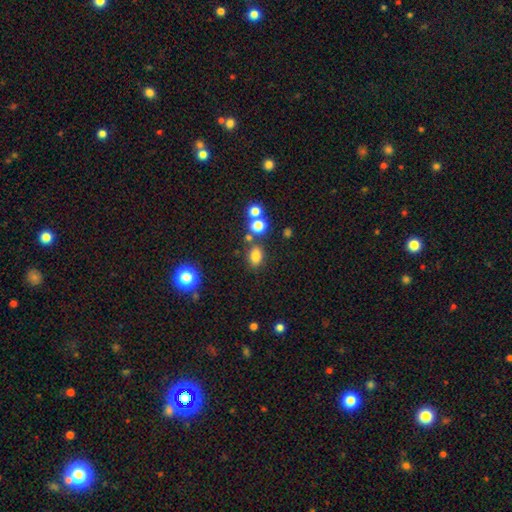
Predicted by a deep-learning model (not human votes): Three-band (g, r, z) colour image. It shows a smooth galaxy with no disk features (79%) that is in between round and cigar-shaped (67%). Merging: none (74%).